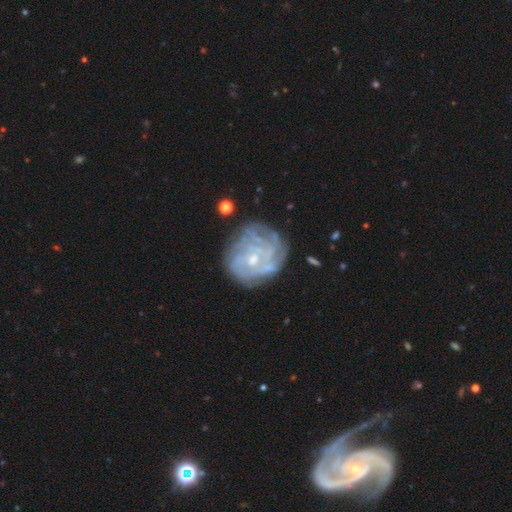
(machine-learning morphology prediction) smooth-or-featured: featured or disk: 73% | smooth: 14% | star or artifact: 13%
  disk-edge-on: no: 97% | yes: 3%
    bar: no: 66% | weak: 28% | strong: 7%
    has-spiral-arms: yes: 86% | no: 14%
      spiral-winding: tight: 68% | medium: 23% | loose: 9%
      spiral-arm-count: can't tell: 44% | 4: 15% | more than 4: 13% | 3: 11% | 2: 9% | 1: 8%
    bulge-size: small: 69% | moderate: 25% | none: 3% | large: 2% | dominant: 1%
  merging: none: 74% | minor disturbance: 15% | major disturbance: 8% | merger: 3%